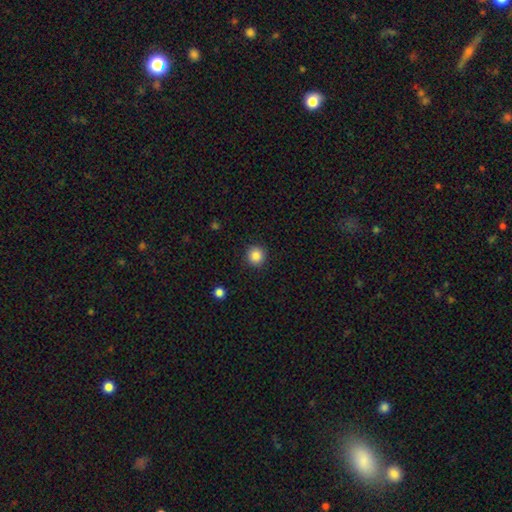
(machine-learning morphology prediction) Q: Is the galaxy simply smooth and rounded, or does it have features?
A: smooth — 86%.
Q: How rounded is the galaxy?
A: round — 95%.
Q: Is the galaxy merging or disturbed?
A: none — 91%.